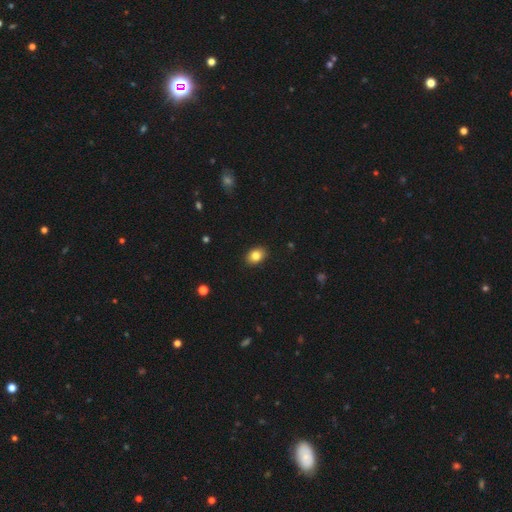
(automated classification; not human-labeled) This is clearly a smooth galaxy (83%). How rounded: likely in between (74%). Merging: clearly none (89%).